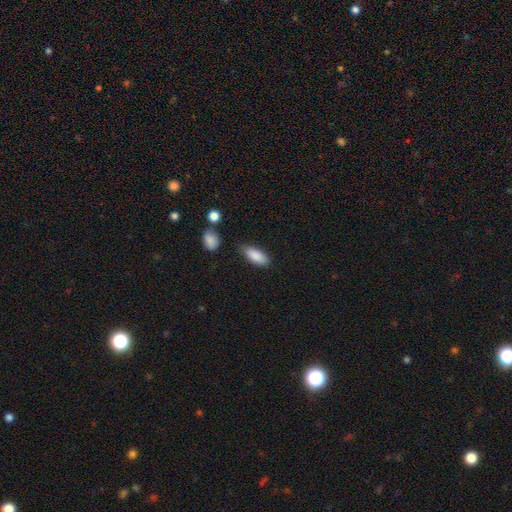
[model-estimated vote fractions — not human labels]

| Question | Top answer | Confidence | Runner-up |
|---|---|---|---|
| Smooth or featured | smooth | 87% | star or artifact (7%) |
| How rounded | in between | 82% | cigar-shaped (16%) |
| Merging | none | 76% | minor disturbance (17%) |